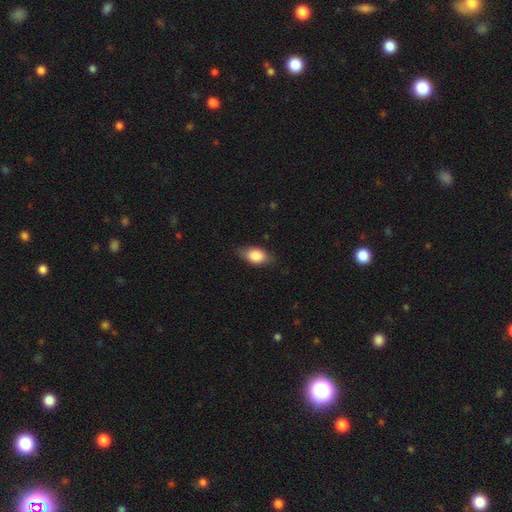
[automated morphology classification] type=smooth (82%); roundness=in between (86%); merging=none (78%).